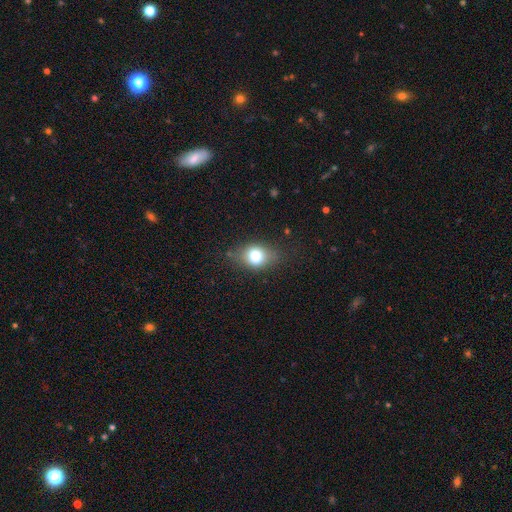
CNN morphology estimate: smooth-or-featured: smooth: 73% | featured or disk: 16% | star or artifact: 11%
  how-rounded: in between: 60% | round: 38% | cigar-shaped: 2%
  merging: none: 73% | minor disturbance: 19% | major disturbance: 6% | merger: 1%